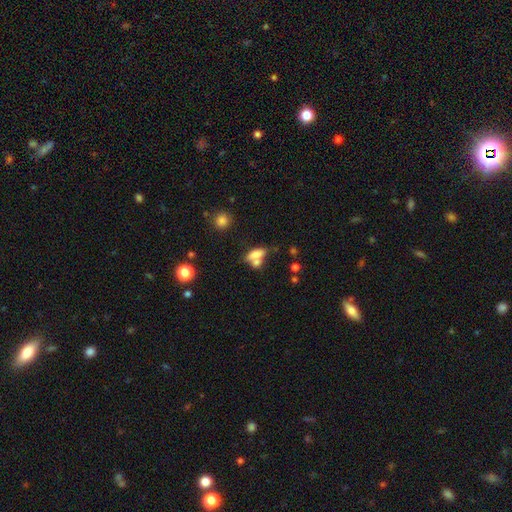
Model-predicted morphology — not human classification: The model was most divided on "merging": merger: 51%, none: 31%, minor disturbance: 11%, major disturbance: 7%. More confident: how rounded — in between (72%); smooth or featured — smooth (69%).